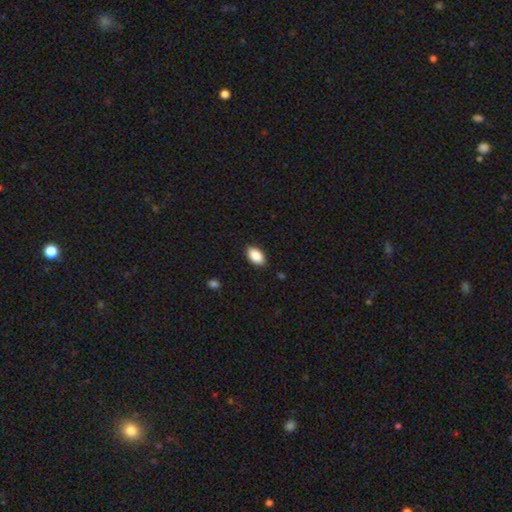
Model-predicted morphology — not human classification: A smooth galaxy with no disk features (89%) that is in between round and cigar-shaped (93%). Merging: none (88%).